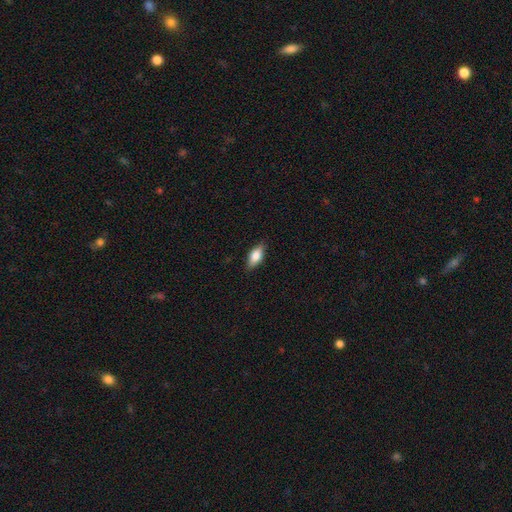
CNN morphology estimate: Smooth or featured: smooth — 76% (featured or disk — 17%)
How rounded: in between — 83% (cigar-shaped — 13%)
Merging: none — 85% (minor disturbance — 12%)